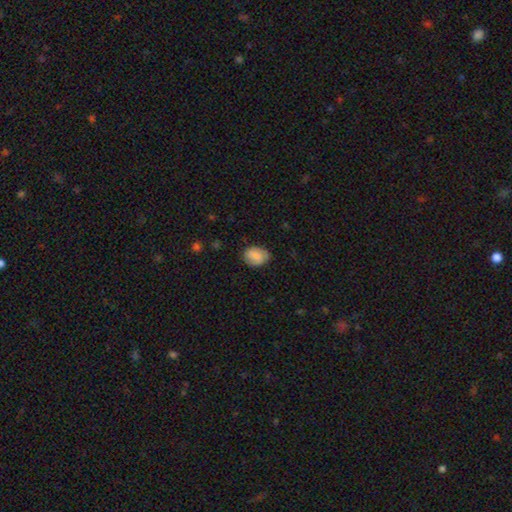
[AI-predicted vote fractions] This is likely a smooth galaxy (77%). How rounded: likely in between (64%). Merging: likely none (70%).